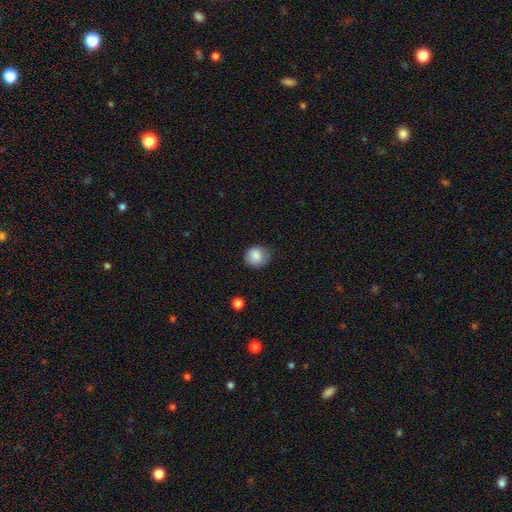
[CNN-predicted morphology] Smooth or featured?
  - smooth: 87% *
  - star or artifact: 9%
  - featured or disk: 4%
How rounded?
  - round: 86% *
  - in between: 13%
  - cigar-shaped: 1%
Merging?
  - none: 78% *
  - minor disturbance: 17%
  - major disturbance: 4%
  - merger: 1%